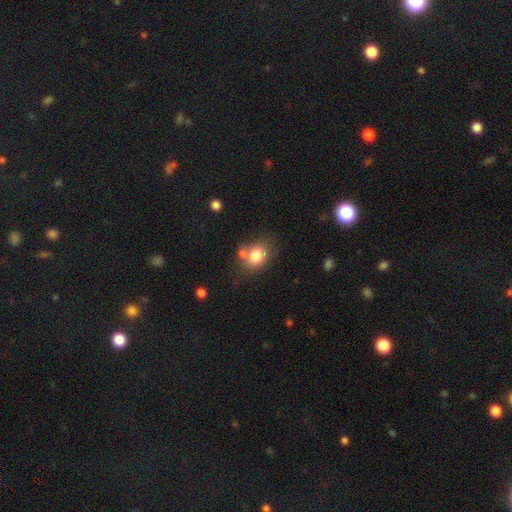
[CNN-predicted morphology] This is likely a smooth galaxy (79%). How rounded: possibly in between (51%). Merging: possibly none (54%).